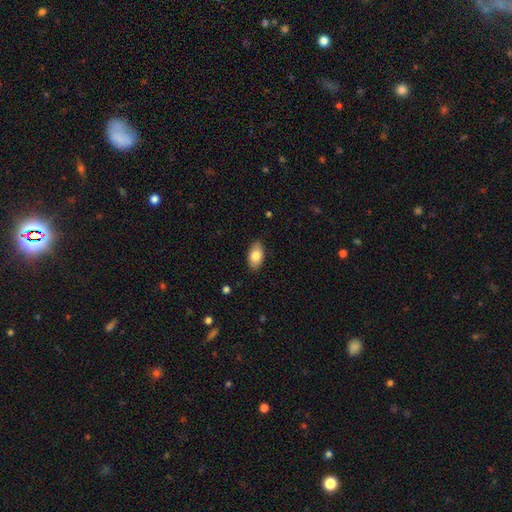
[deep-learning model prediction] This appears to be a smooth galaxy with no disk features (82%) that is in between round and cigar-shaped (93%). Merging: none (86%).